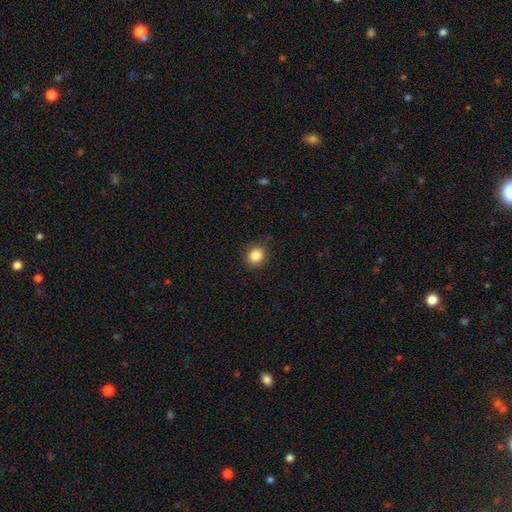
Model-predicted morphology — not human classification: A smooth galaxy with no disk features (85%) that is round (85%). Merging: none (89%).